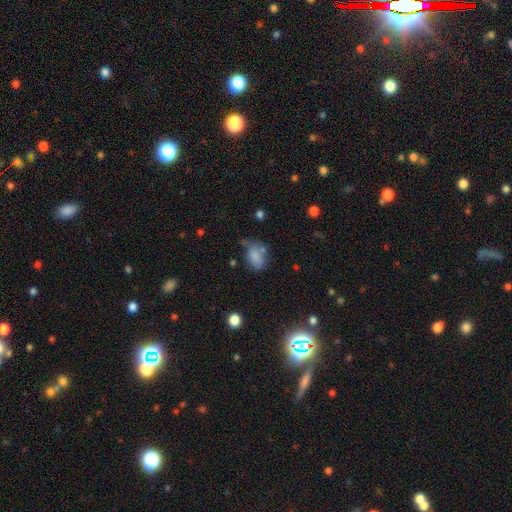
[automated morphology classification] Smooth or featured? Predicted: smooth (p=0.80). How rounded? Predicted: in between (p=0.83). Merging? Predicted: none (p=0.50).